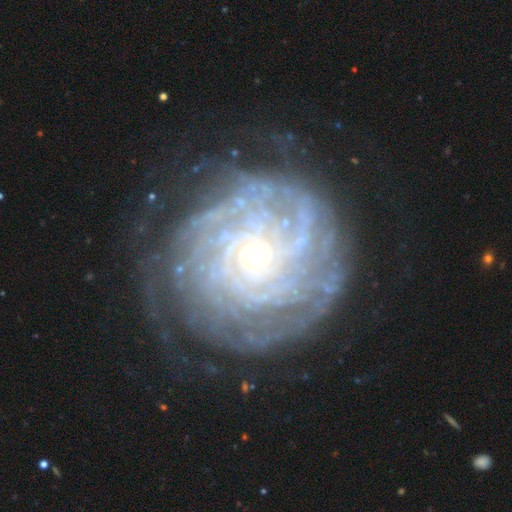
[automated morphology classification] type=featured or disk (86%); edge-on=no (97%); bar=no (78%); spiral arms=yes (95%); winding=tight (81%); arm count=can't tell (30%); bulge=small (86%); merging=none (72%).